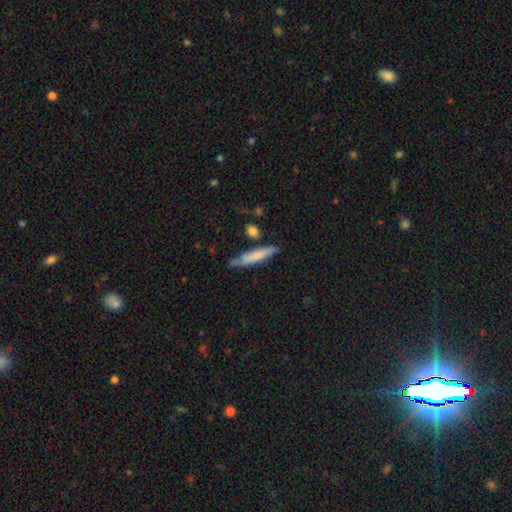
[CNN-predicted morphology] Smooth or featured? smooth (70%)
How rounded? cigar-shaped (89%)
Merging? none (69%)